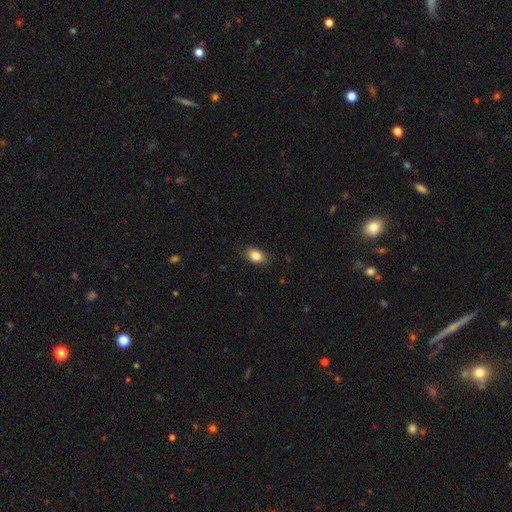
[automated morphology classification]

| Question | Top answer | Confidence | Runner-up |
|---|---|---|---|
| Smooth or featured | smooth | 85% | star or artifact (8%) |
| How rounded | in between | 84% | round (14%) |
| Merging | none | 80% | minor disturbance (15%) |